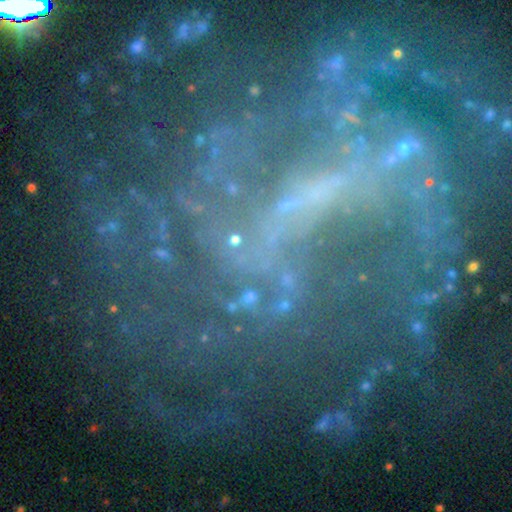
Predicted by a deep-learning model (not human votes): Smooth or featured? featured or disk (70%)
Edge-on disk? no (96%)
Bar? strong (38%)
Spiral arms? yes (78%)
Spiral winding? tight (38%)
Spiral arm count? can't tell (35%)
Bulge size? small (47%)
Merging? none (55%)